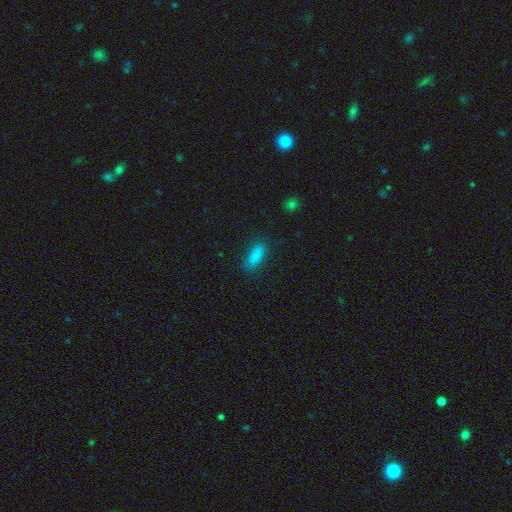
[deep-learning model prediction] smooth 83%, star or artifact 9%, featured or disk 7%. Down the decision tree: how rounded — in between (55%); merging — none (80%).